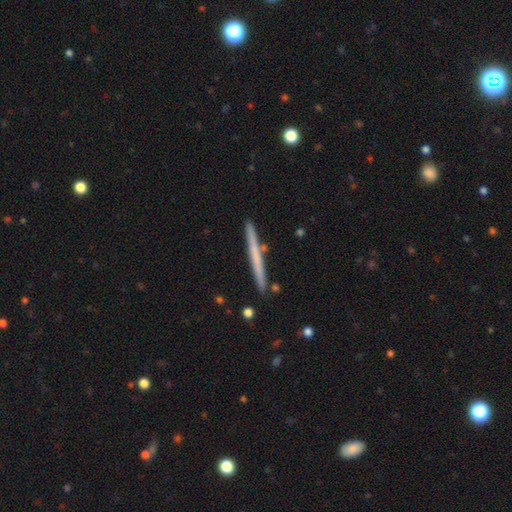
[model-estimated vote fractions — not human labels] A smooth galaxy with no disk features (48%).

Vote fractions:
- Smooth or featured? smooth: 48% / featured or disk: 46% / star or artifact: 6%
- Merging? none: 90% / minor disturbance: 7% / merger: 2% / major disturbance: 1%